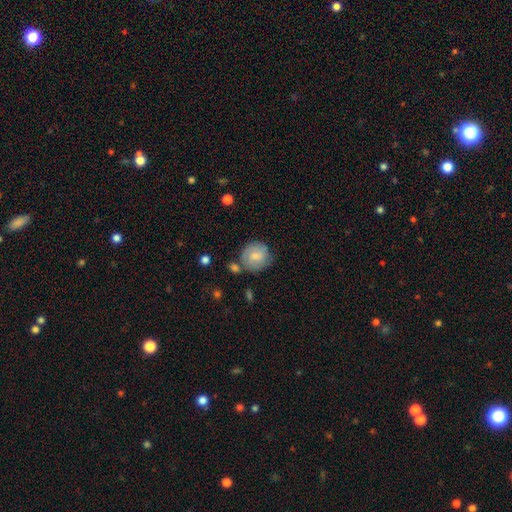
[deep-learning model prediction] This is likely a smooth galaxy (62%). How rounded: clearly round (84%). Merging: likely none (66%).